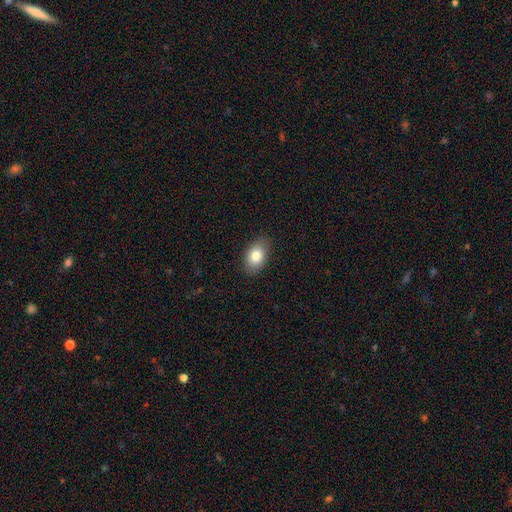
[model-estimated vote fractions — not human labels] This appears to be a smooth galaxy with no disk features (80%) that is in between round and cigar-shaped (88%). Merging: none (86%).